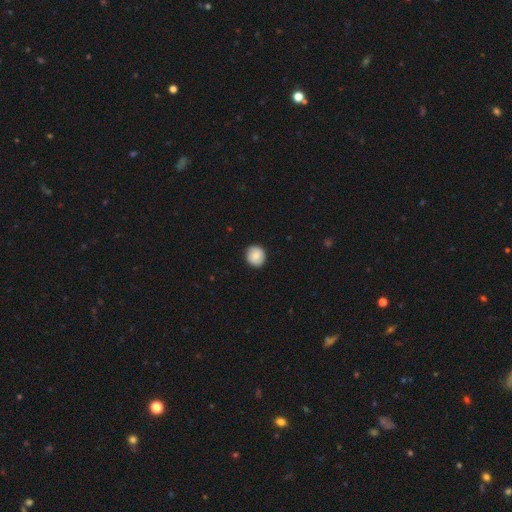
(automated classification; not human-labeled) smooth_or_featured: smooth (p=0.80) [alt: featured or disk p=0.12]
how_rounded: round (p=0.88) [alt: in between p=0.11]
merging: none (p=0.89) [alt: minor disturbance p=0.09]